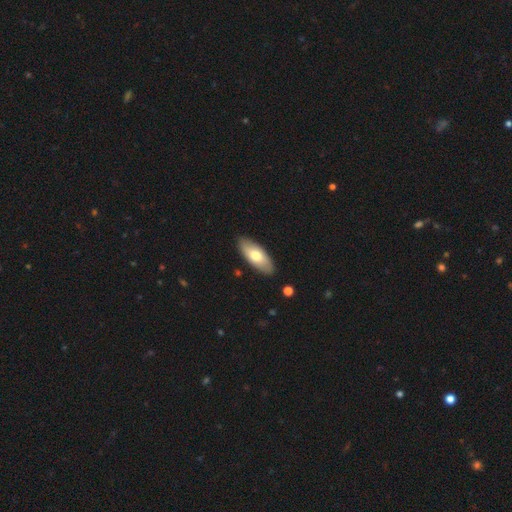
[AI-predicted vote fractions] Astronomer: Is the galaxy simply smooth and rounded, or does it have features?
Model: smooth — 70%.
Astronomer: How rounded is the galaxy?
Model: in between — 83%.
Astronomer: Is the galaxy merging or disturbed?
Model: none — 88%.